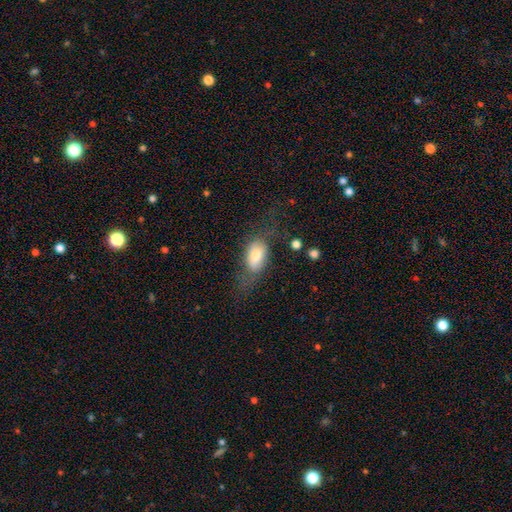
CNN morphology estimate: A smooth galaxy with no disk features (70%) that is in between round and cigar-shaped (87%). Merging: none (43%).